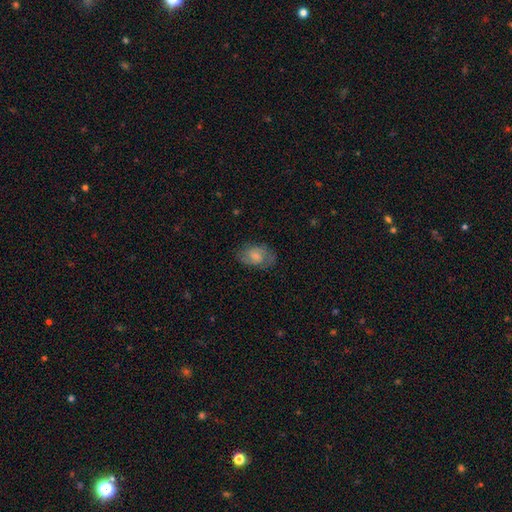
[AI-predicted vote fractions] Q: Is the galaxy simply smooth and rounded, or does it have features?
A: smooth — 53%.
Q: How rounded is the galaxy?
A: in between — 85%.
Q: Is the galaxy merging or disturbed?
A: none — 70%.